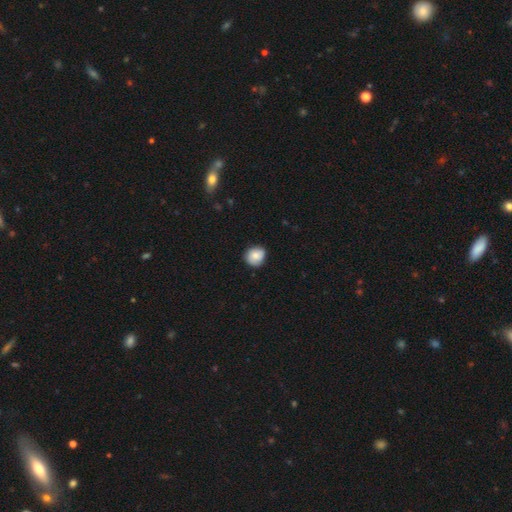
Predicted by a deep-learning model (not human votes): A smooth galaxy with no disk features (81%) that is round (79%). Merging: none (78%).